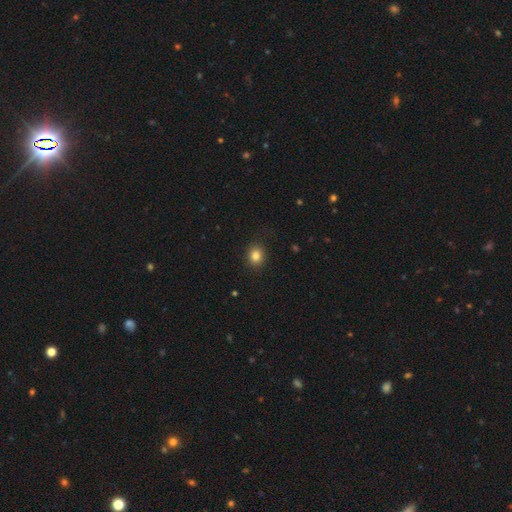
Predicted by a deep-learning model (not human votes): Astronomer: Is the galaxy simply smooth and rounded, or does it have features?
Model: smooth — 83%.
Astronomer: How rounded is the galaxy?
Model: round — 67%.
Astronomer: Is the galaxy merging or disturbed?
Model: none — 88%.